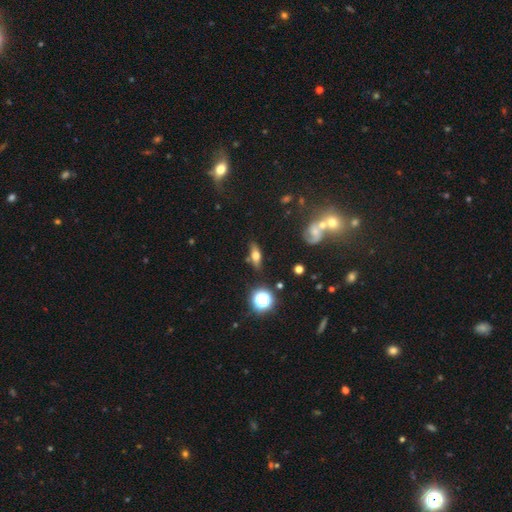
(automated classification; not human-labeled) Smooth or featured: smooth — 51% (featured or disk — 35%)
How rounded: in between — 58% (cigar-shaped — 33%)
Merging: none — 78% (minor disturbance — 13%)